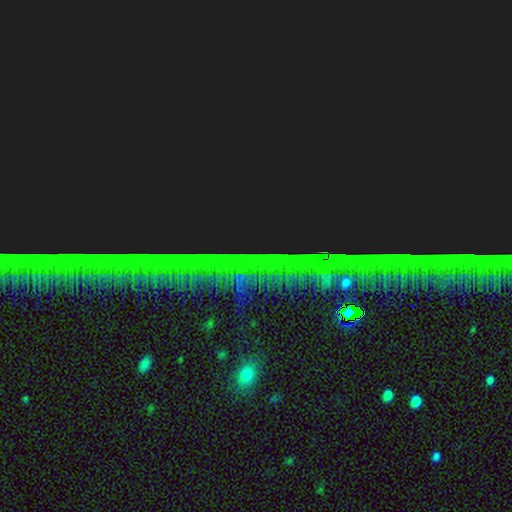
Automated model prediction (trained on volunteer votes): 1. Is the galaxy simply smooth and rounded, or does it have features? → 85% star or artifact, 8% featured or disk, 7% smooth.